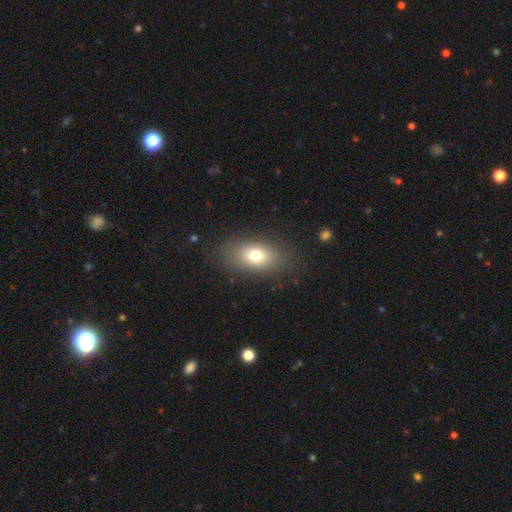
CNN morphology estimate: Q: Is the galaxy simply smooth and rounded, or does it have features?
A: smooth — 74%.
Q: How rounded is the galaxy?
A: in between — 81%.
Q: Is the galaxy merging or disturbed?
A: none — 83%.